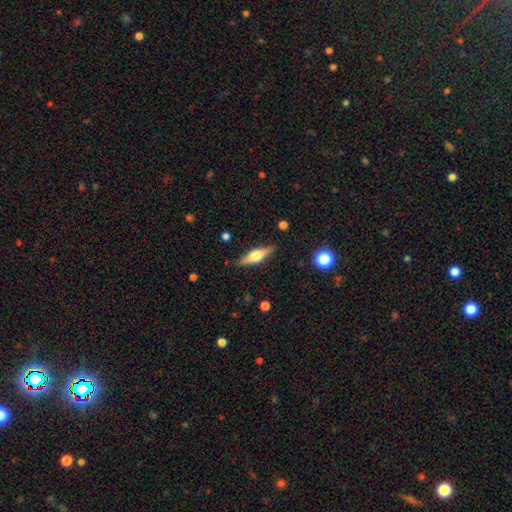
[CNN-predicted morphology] type=featured or disk (53%); edge-on=yes (94%); merging=none (87%).